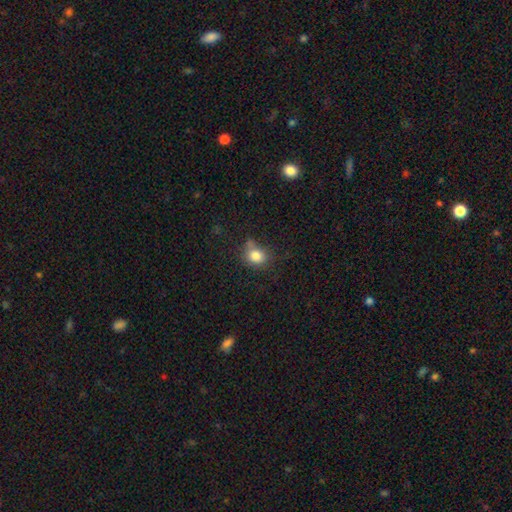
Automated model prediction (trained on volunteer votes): Morphology: type=smooth (82%); roundness=round (65%); merging=none (58%).